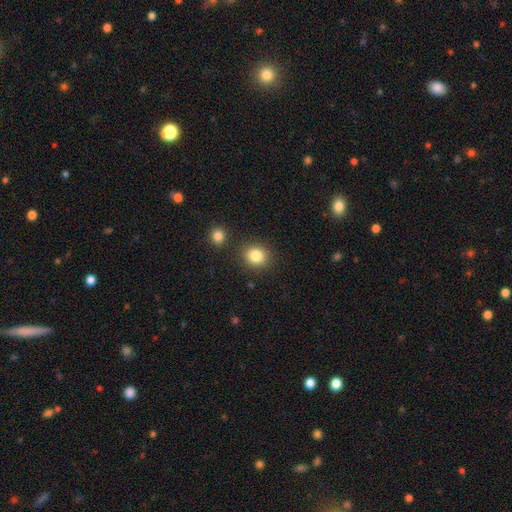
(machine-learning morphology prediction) A smooth galaxy with no disk features (85%) that is round (81%). Merging: none (84%).